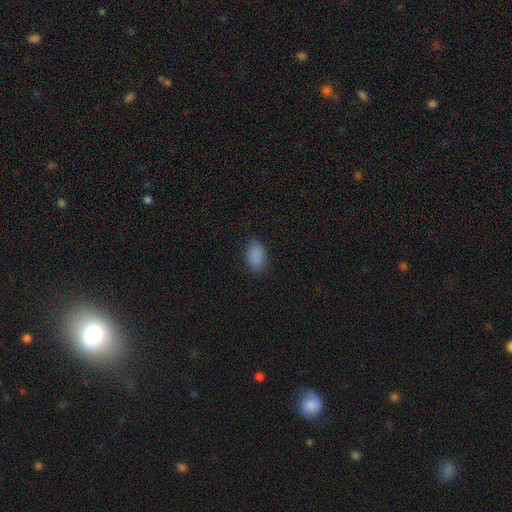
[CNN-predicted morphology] Q: Smooth or featured?
A: smooth (88%); runner-up: star or artifact (9%)
Q: How rounded?
A: in between (88%); runner-up: round (10%)
Q: Merging?
A: none (84%); runner-up: minor disturbance (12%)